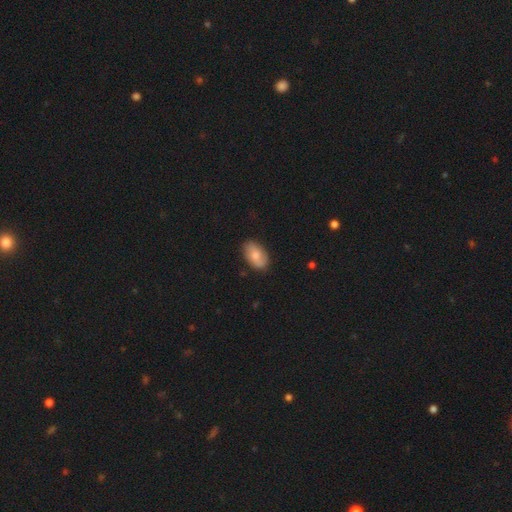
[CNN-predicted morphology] smooth_or_featured: smooth (p=0.67) [alt: featured or disk p=0.27]
how_rounded: in between (p=0.92) [alt: round p=0.07]
merging: none (p=0.81) [alt: minor disturbance p=0.15]